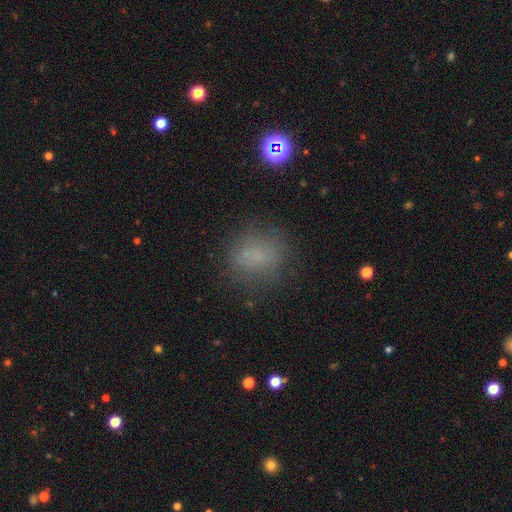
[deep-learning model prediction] Morphology: type=smooth (67%); roundness=round (66%); merging=none (74%).